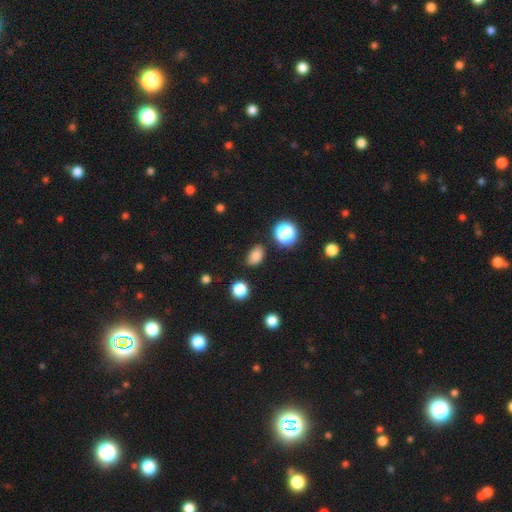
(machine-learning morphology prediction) A smooth galaxy with no disk features (81%) that is in between round and cigar-shaped (80%). Merging: none (82%).